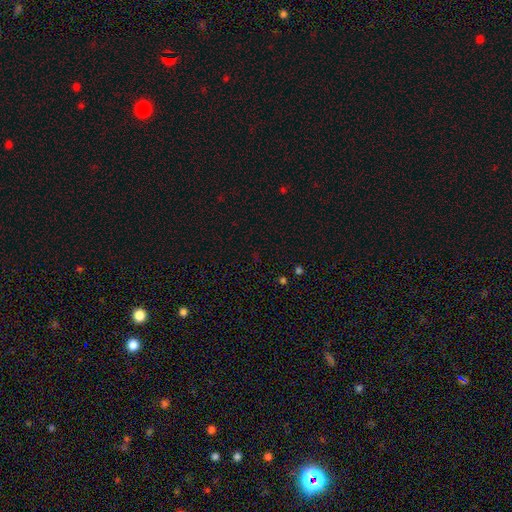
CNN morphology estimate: Q: Smooth or featured?
A: star or artifact (65%); runner-up: smooth (28%)